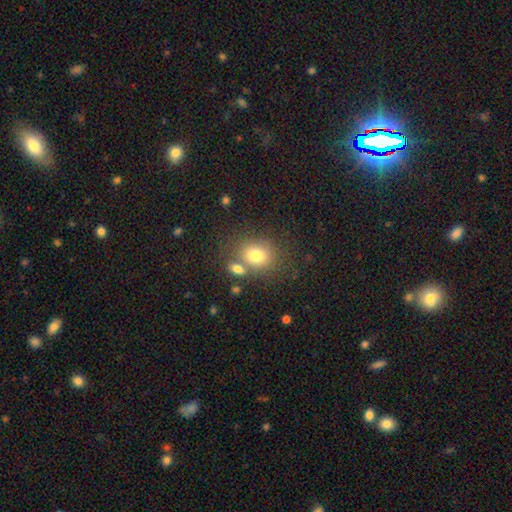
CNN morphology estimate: The model was most divided on "how rounded": round: 58%, in between: 41%, cigar-shaped: 1%. More confident: smooth or featured — smooth (76%); merging — none (61%).